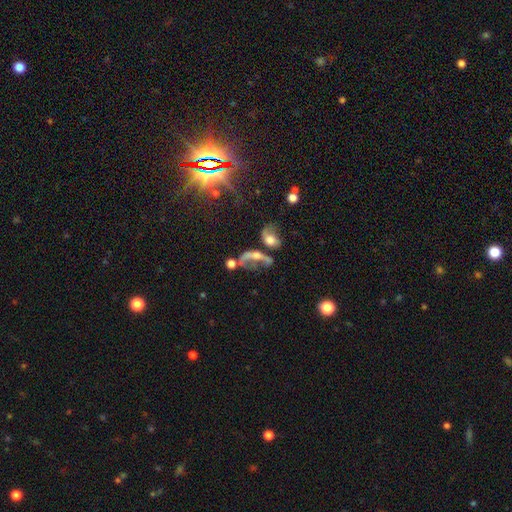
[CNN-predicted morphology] Q: Smooth or featured?
A: featured or disk (48%); runner-up: smooth (36%)
Q: Merging?
A: merger (45%); runner-up: major disturbance (32%)